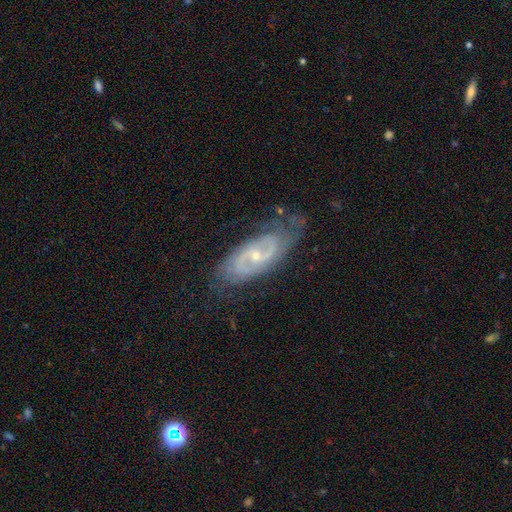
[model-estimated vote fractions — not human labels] This appears to be a featured or disk galaxy (86%) with no bar (47%), 2 (76%) tight (45%) spiral arms (96%) and a small central bulge (67%). Merging: none (70%).